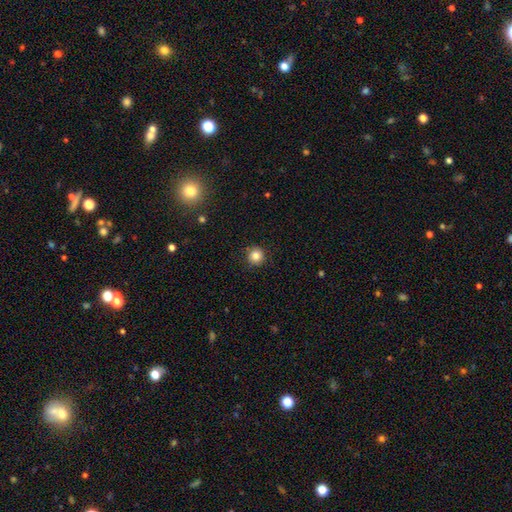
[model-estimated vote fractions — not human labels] Smooth or featured? Predicted: smooth (p=0.83). How rounded? Predicted: round (p=0.94). Merging? Predicted: none (p=0.88).